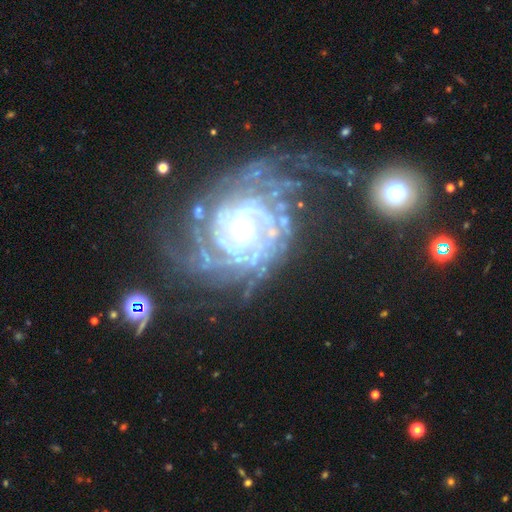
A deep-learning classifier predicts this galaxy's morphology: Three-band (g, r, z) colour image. It shows a featured or disk galaxy (90%) with no bar (65%), tight (78%) spiral arms (98%) and a small central bulge (67%). Merging: none (55%).